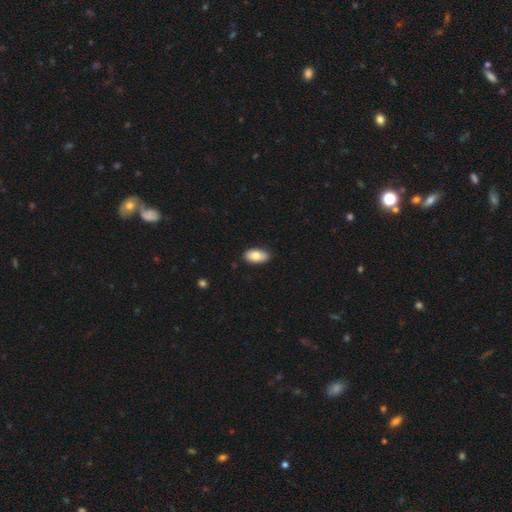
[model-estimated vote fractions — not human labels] Overall: smooth (81%). How rounded: in between (94%). Merging: none (84%).